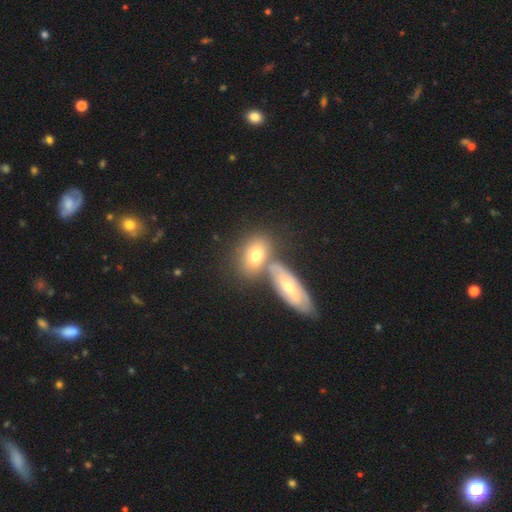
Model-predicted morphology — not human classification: smooth-or-featured: smooth: 69% | featured or disk: 23% | star or artifact: 8%
  how-rounded: in between: 76% | round: 17% | cigar-shaped: 7%
  merging: none: 48% | merger: 36% | minor disturbance: 11% | major disturbance: 4%